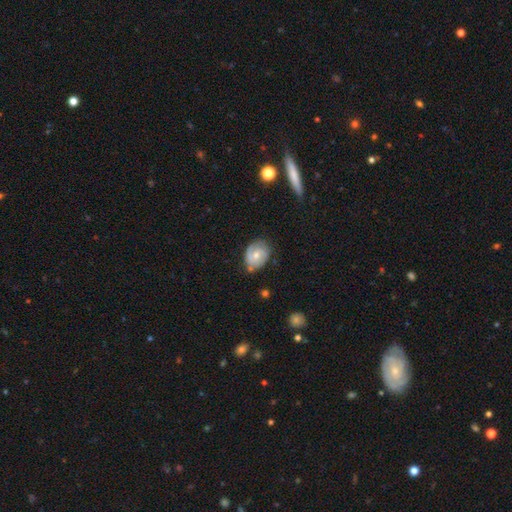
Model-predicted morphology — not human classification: featured or disk 62%, smooth 31%, star or artifact 7%. Down the decision tree: edge-on disk — no (97%); bar — no (65%); spiral arms — yes (83%); bulge size — moderate (58%); merging — none (63%).